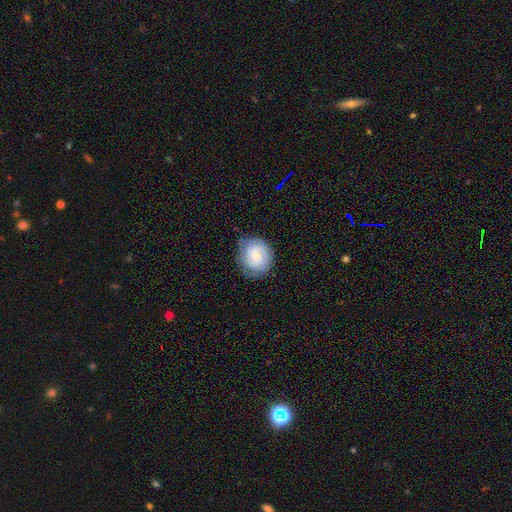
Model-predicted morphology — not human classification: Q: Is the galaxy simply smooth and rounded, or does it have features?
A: smooth — 48%.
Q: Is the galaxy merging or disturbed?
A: none — 73%.